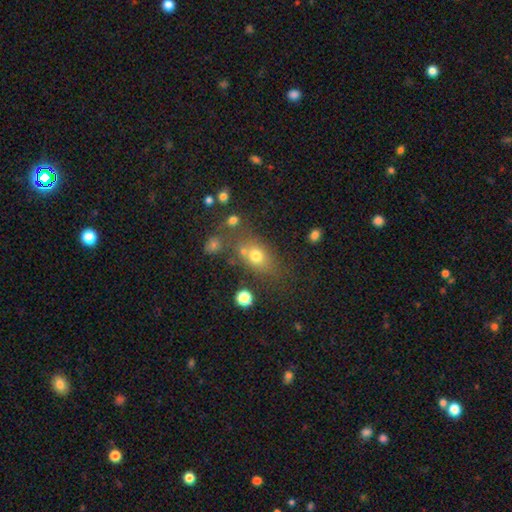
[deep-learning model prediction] smooth_or_featured: smooth (p=0.70) [alt: star or artifact p=0.16]
how_rounded: in between (p=0.60) [alt: round p=0.36]
merging: none (p=0.59) [alt: merger p=0.17]